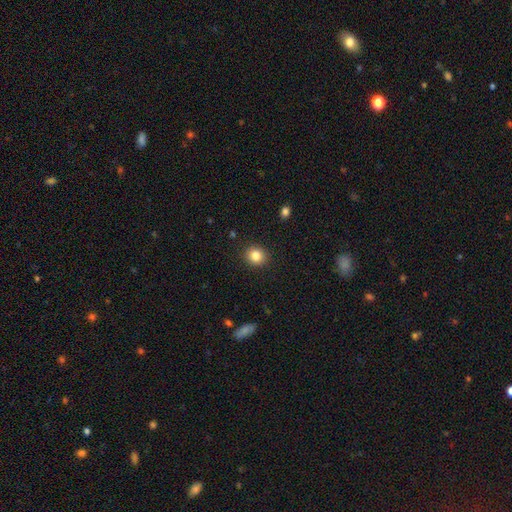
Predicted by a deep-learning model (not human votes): Smooth or featured: smooth — 84% (star or artifact — 10%)
How rounded: round — 80% (in between — 19%)
Merging: none — 91% (minor disturbance — 6%)